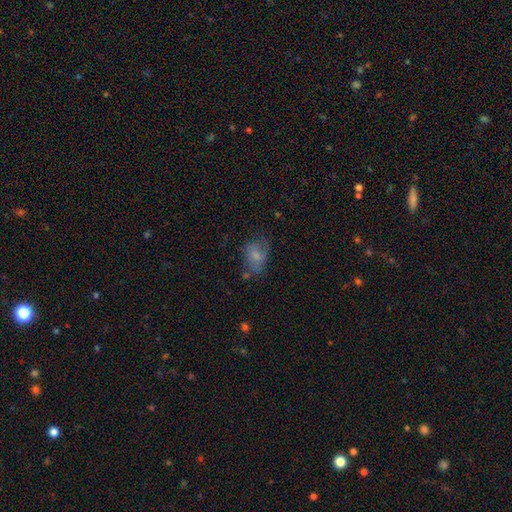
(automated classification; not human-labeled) Smooth or featured? Predicted: smooth (p=0.62). How rounded? Predicted: in between (p=0.80). Merging? Predicted: none (p=0.47).